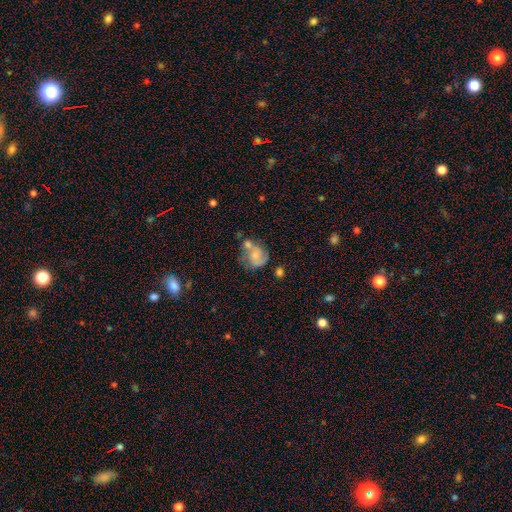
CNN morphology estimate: A featured or disk galaxy (47%).

Vote fractions:
- Smooth or featured? featured or disk: 47% / smooth: 44% / star or artifact: 9%
- Merging? merger: 34% / none: 33% / minor disturbance: 20% / major disturbance: 13%